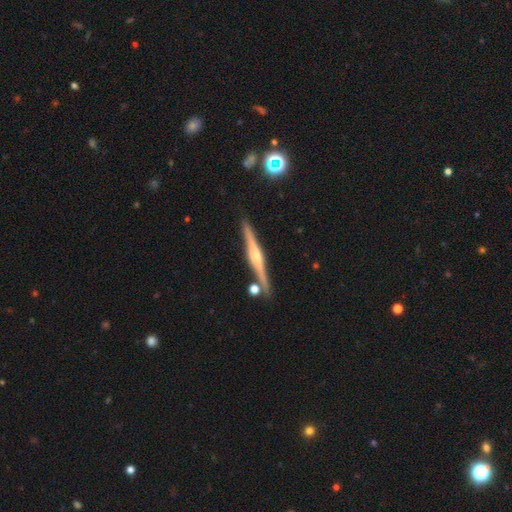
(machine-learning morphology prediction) smooth_or_featured: featured or disk (p=0.77) [alt: smooth p=0.17]
disk_edge_on: yes (p=0.98) [alt: no p=0.02]
edge_on_bulge: rounded (p=0.70) [alt: boxy p=0.19]
merging: none (p=0.86) [alt: minor disturbance p=0.08]